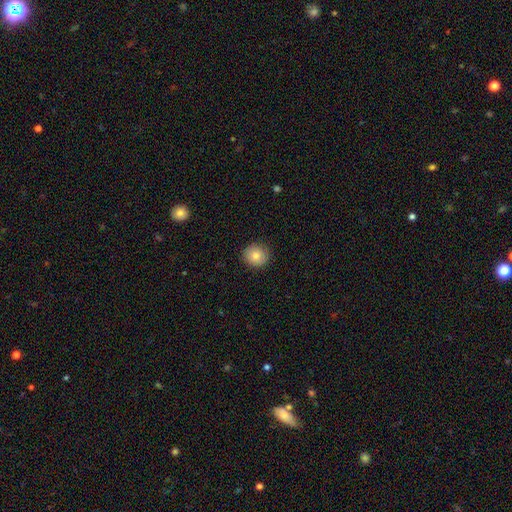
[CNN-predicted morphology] Smooth or featured?
  - smooth: 81% *
  - star or artifact: 10%
  - featured or disk: 10%
How rounded?
  - round: 88% *
  - in between: 11%
  - cigar-shaped: 1%
Merging?
  - none: 90% *
  - minor disturbance: 7%
  - major disturbance: 2%
  - merger: 1%